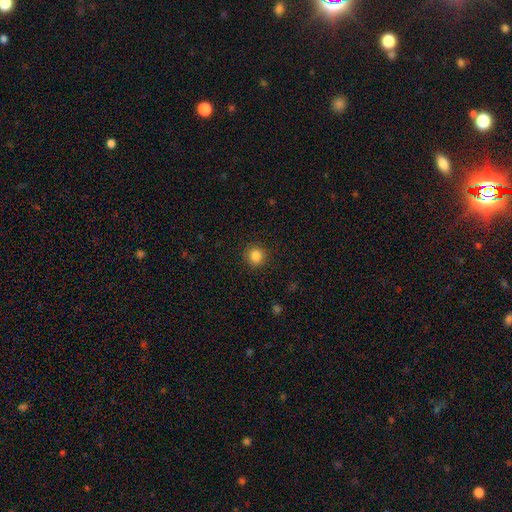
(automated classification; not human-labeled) This appears to be a smooth galaxy with no disk features (86%) that is round (92%). Merging: none (90%).